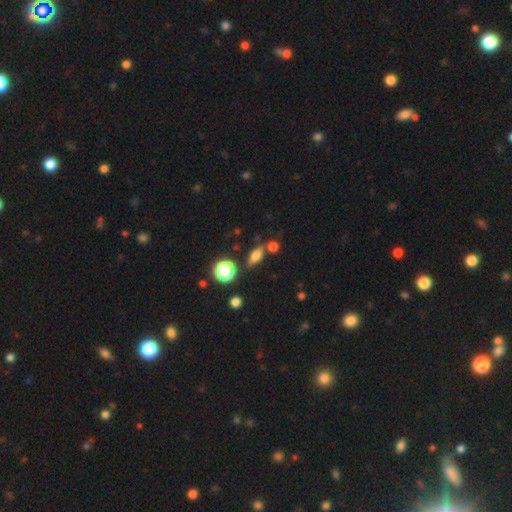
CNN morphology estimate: A smooth galaxy with no disk features (69%) that is in between round and cigar-shaped (64%).

Vote fractions:
- Smooth or featured? smooth: 69% / featured or disk: 17% / star or artifact: 14%
- How rounded? in between: 64% / round: 19% / cigar-shaped: 17%
- Merging? none: 72% / minor disturbance: 13% / merger: 11% / major disturbance: 4%